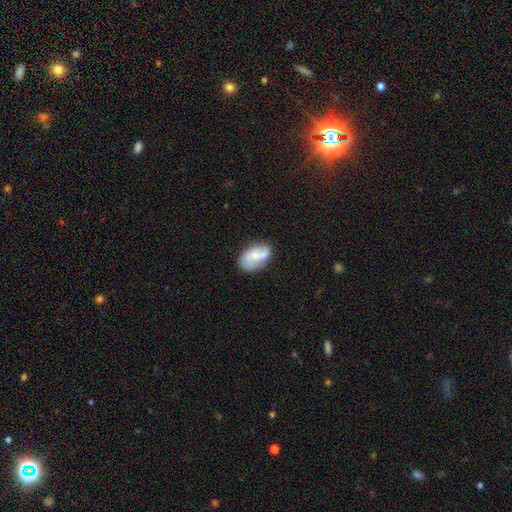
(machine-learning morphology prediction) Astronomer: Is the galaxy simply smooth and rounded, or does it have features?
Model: smooth — 48% (runner-up: featured or disk, 45%).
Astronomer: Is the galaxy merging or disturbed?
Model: none — 55%.